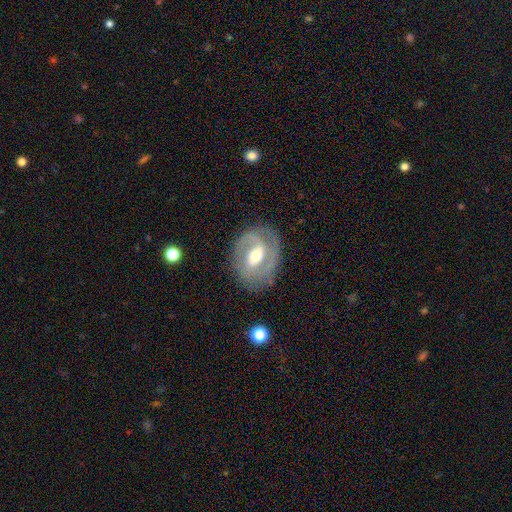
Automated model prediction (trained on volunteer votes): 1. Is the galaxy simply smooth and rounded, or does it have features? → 79% featured or disk, 15% smooth, 6% star or artifact.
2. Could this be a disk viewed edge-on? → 96% no, 4% yes.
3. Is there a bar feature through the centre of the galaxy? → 46% weak, 33% strong, 20% no.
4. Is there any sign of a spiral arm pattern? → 85% yes, 15% no.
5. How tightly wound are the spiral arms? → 45% medium, 36% tight, 19% loose.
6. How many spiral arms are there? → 74% 2, 10% 1, 10% can't tell, 3% 3, 1% 4, 1% more than 4.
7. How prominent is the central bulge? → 67% moderate, 24% small, 7% large, 1% dominant, 1% none.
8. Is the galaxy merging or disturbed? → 77% none, 15% minor disturbance, 7% major disturbance, 1% merger.